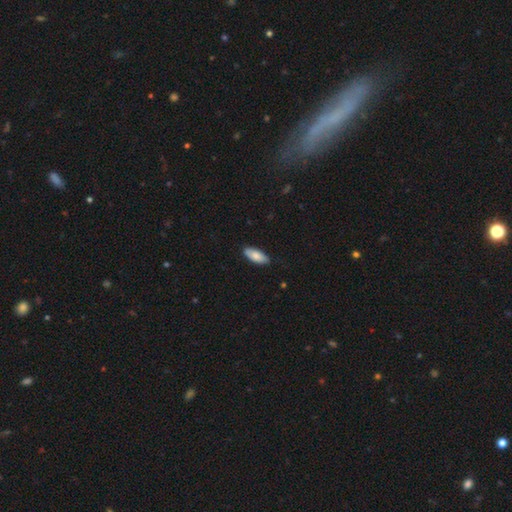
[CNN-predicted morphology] This appears to be a smooth galaxy with no disk features (83%) that is in between round and cigar-shaped (78%). Merging: none (84%).